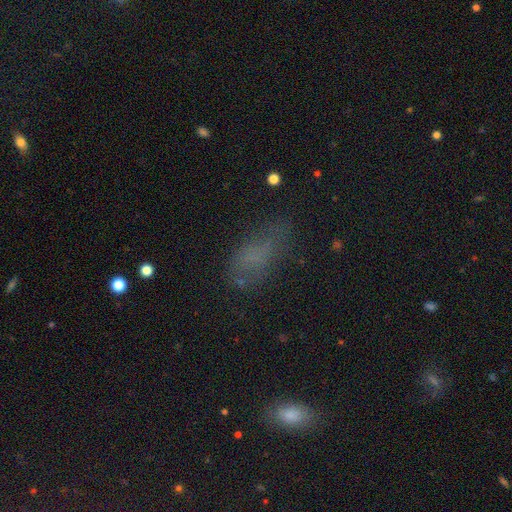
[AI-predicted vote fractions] Q: Smooth or featured?
A: smooth (62%); runner-up: star or artifact (19%)
Q: How rounded?
A: in between (81%); runner-up: cigar-shaped (13%)
Q: Merging?
A: none (54%); runner-up: minor disturbance (25%)